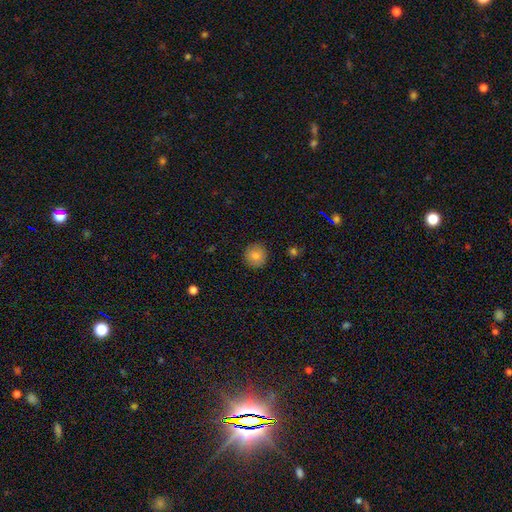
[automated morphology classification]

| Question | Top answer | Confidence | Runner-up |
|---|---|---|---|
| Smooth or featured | smooth | 84% | star or artifact (9%) |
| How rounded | round | 93% | in between (6%) |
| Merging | none | 91% | minor disturbance (6%) |